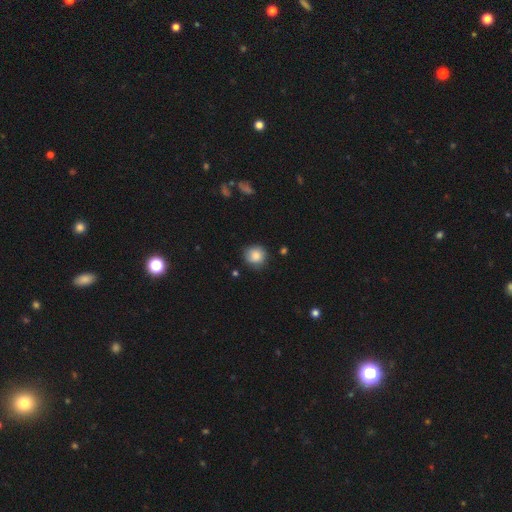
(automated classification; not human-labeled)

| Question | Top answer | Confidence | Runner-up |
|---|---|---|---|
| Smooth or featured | smooth | 85% | star or artifact (9%) |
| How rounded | round | 91% | in between (8%) |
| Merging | none | 82% | minor disturbance (13%) |